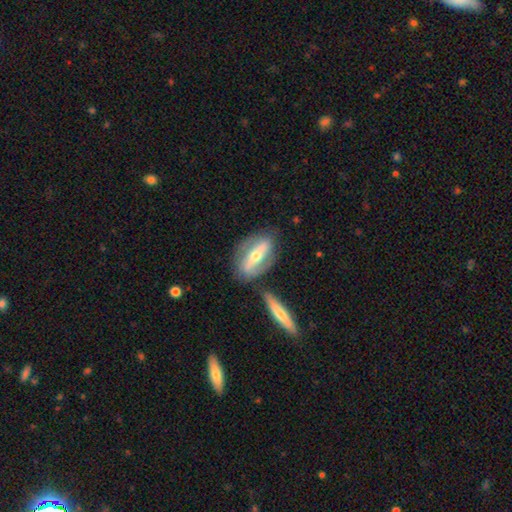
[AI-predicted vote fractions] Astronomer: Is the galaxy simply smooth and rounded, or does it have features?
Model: featured or disk — 68%.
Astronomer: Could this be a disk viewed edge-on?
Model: no — 73%.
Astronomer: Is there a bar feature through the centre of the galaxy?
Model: strong — 65%.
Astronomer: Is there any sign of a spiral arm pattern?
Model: yes — 59% (runner-up: no, 41%).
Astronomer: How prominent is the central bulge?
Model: moderate — 60%.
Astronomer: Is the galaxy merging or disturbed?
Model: none — 72%.